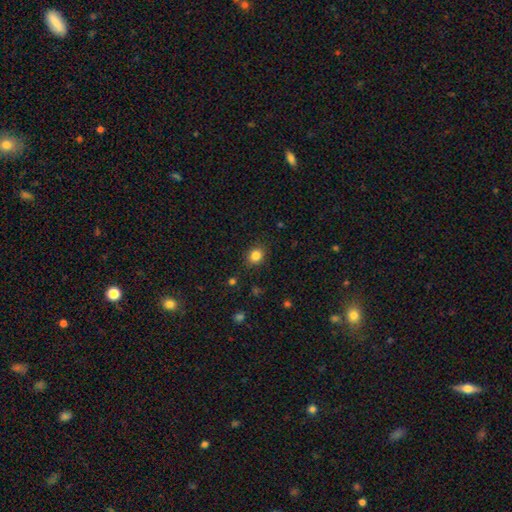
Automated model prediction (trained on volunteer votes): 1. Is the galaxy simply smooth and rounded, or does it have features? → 83% smooth, 12% star or artifact, 5% featured or disk.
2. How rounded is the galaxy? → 73% round, 26% in between, 1% cigar-shaped.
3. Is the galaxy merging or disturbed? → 88% none, 8% minor disturbance, 2% major disturbance, 1% merger.